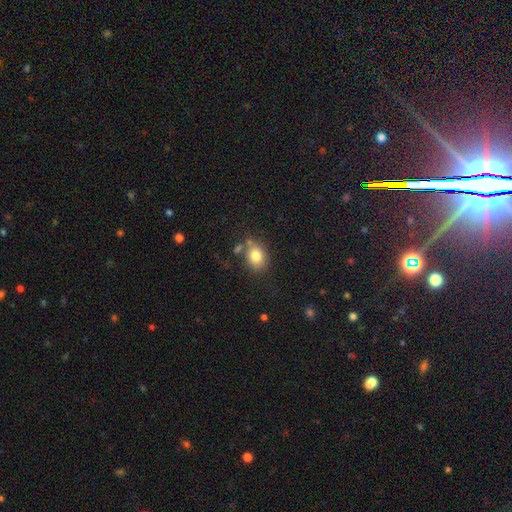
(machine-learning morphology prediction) smooth-or-featured: smooth: 80% | star or artifact: 10% | featured or disk: 10%
  how-rounded: in between: 56% | round: 43% | cigar-shaped: 1%
  merging: none: 68% | minor disturbance: 15% | merger: 11% | major disturbance: 5%